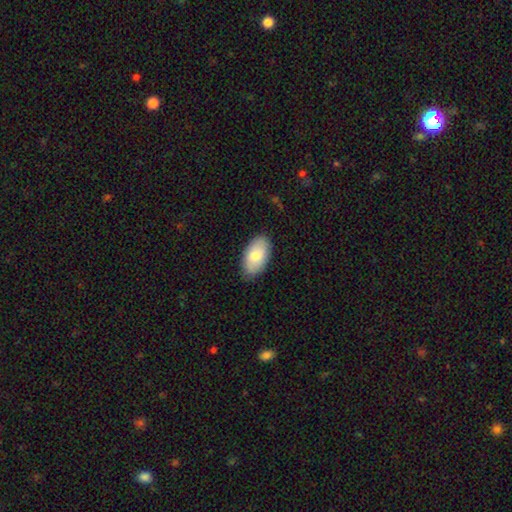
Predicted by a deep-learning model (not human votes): Smooth or featured? smooth (78%)
How rounded? in between (95%)
Merging? none (84%)